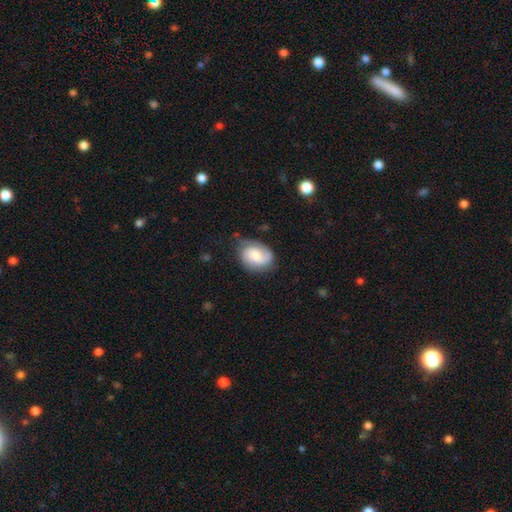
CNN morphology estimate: Overall: featured or disk (57%; smooth 36%). Edge-on disk: no (97%). Bar: no (63%; weak 31%). Spiral arms: yes (91%). Spiral arm count: 2 (66%). Spiral winding: medium (41%; tight 37%). Bulge size: moderate (46%; small 31%). Merging: none (63%; minor disturbance 26%).